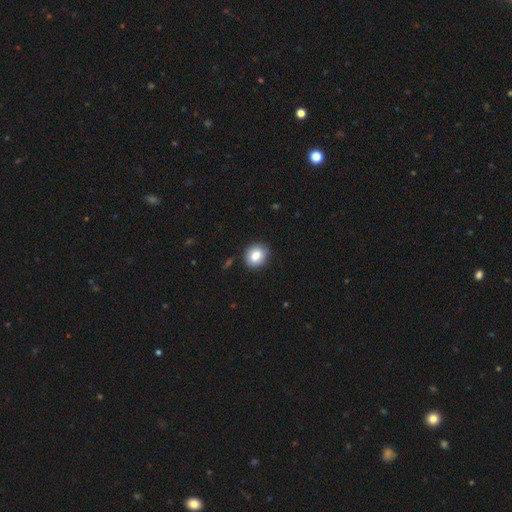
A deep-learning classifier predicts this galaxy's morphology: Smooth or featured? Predicted: smooth (p=0.84). How rounded? Predicted: round (p=0.64). Merging? Predicted: none (p=0.88).